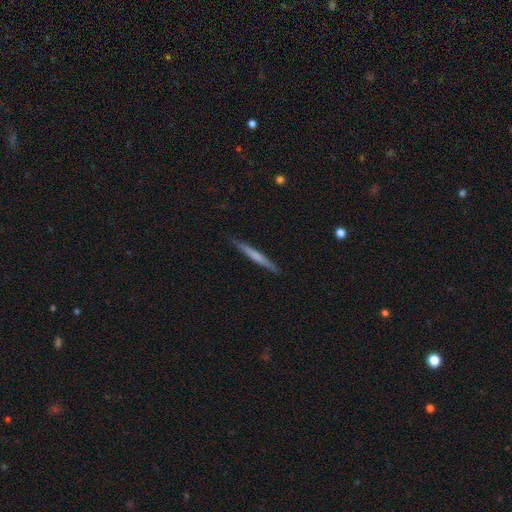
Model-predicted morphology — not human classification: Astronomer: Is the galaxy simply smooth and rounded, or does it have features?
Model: smooth — 53% (runner-up: featured or disk, 42%).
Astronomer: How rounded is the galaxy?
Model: cigar-shaped — 97%.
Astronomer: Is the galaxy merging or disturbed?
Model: none — 90%.